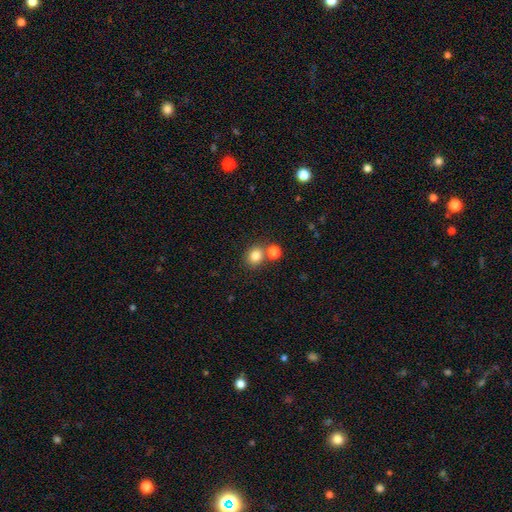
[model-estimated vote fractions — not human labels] Smooth or featured? Predicted: smooth (p=0.82). How rounded? Predicted: round (p=0.72). Merging? Predicted: none (p=0.67).